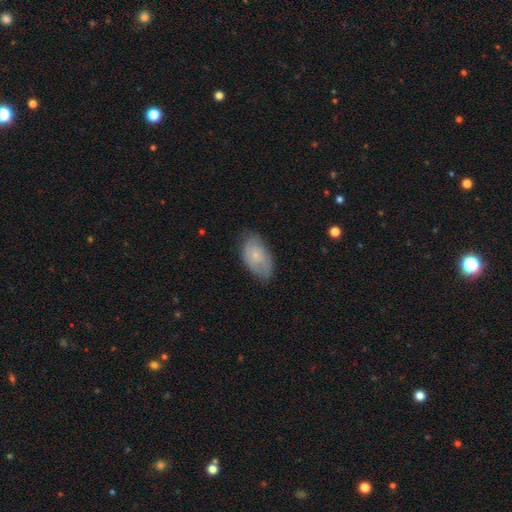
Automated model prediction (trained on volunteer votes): smooth 65%, featured or disk 29%, star or artifact 7%. Down the decision tree: how rounded — in between (93%); merging — none (67%).